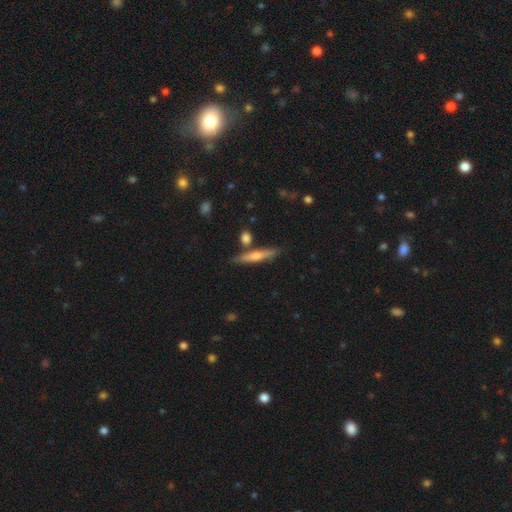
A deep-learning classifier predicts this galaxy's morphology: smooth 50%, featured or disk 44%, star or artifact 6%. Down the decision tree: merging — none (80%).